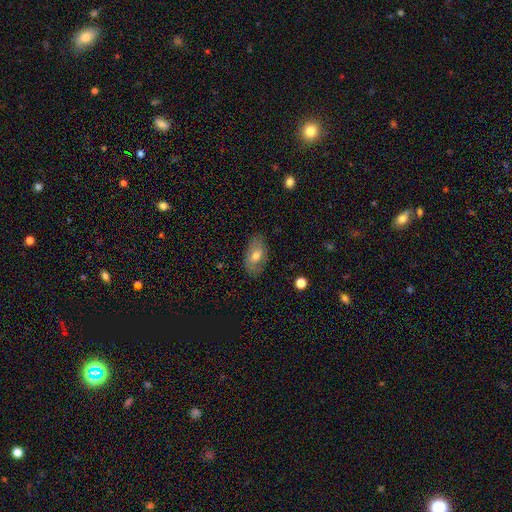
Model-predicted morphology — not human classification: A smooth galaxy with no disk features (64%) that is in between round and cigar-shaped (91%). Merging: none (81%).